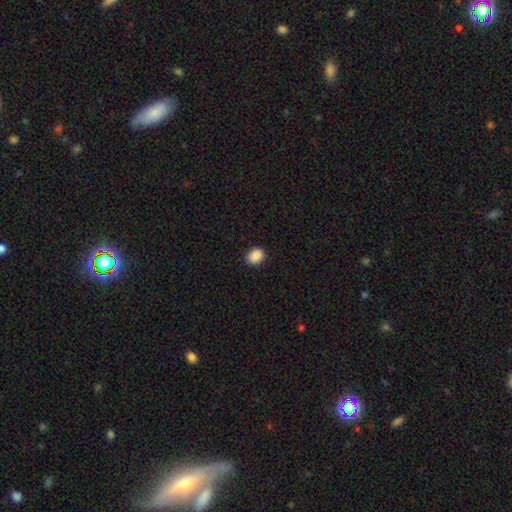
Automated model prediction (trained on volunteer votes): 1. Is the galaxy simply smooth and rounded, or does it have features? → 89% smooth, 8% star or artifact, 2% featured or disk.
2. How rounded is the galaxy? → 57% in between, 43% round, 1% cigar-shaped.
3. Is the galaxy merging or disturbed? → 89% none, 9% minor disturbance, 2% major disturbance, 1% merger.